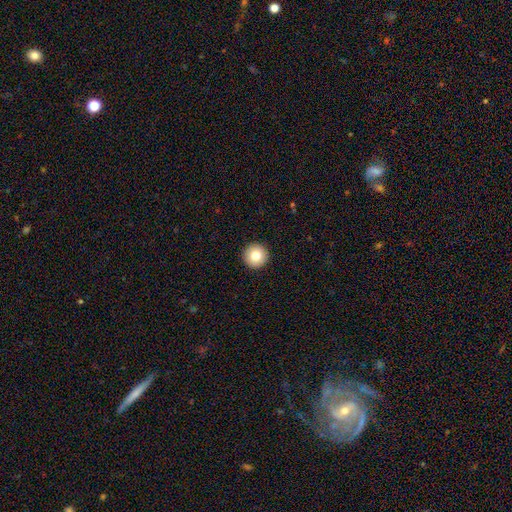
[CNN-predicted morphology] smooth 81%, featured or disk 10%, star or artifact 9%. Down the decision tree: how rounded — round (97%); merging — none (94%).